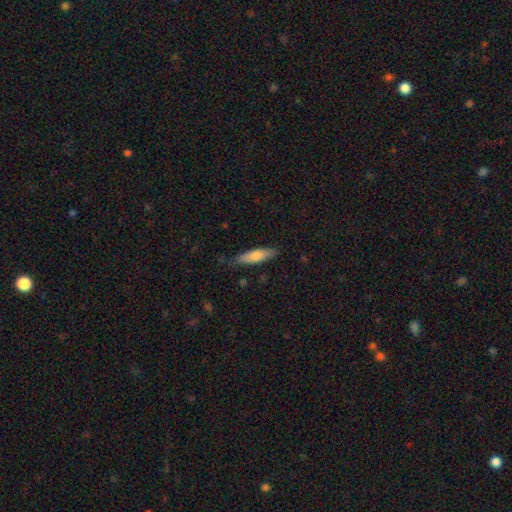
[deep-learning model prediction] Smooth or featured: smooth — 68% (featured or disk — 26%)
How rounded: cigar-shaped — 76% (in between — 22%)
Merging: none — 83% (minor disturbance — 14%)